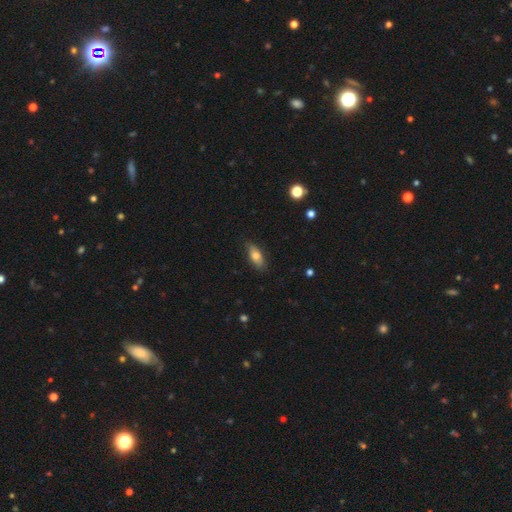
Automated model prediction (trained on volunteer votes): Smooth or featured?
  - smooth: 72% *
  - featured or disk: 21%
  - star or artifact: 7%
How rounded?
  - in between: 78% *
  - cigar-shaped: 18%
  - round: 3%
Merging?
  - none: 82% *
  - minor disturbance: 14%
  - major disturbance: 2%
  - merger: 1%